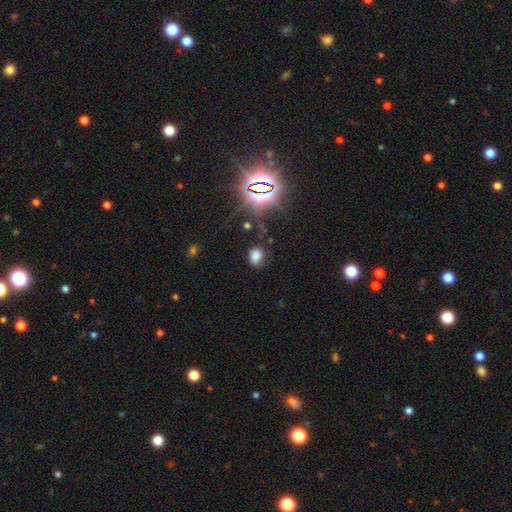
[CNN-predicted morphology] This appears to be a smooth galaxy with no disk features (71%) that is in between round and cigar-shaped (59%). Merging: none (78%).